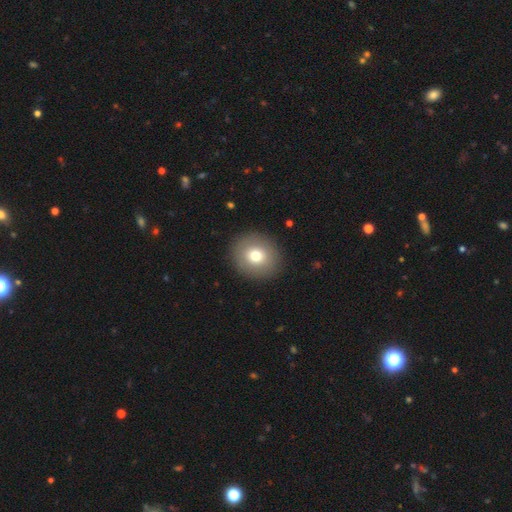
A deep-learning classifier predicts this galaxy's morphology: smooth_or_featured: smooth (p=0.74) [alt: featured or disk p=0.16]
how_rounded: round (p=0.87) [alt: in between p=0.12]
merging: none (p=0.91) [alt: minor disturbance p=0.06]